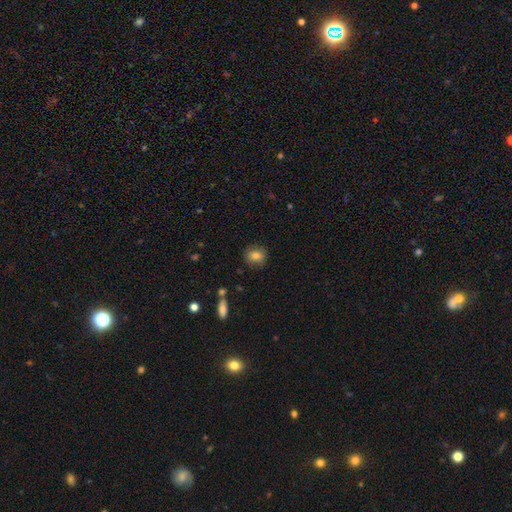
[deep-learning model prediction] Smooth or featured: smooth — 80% (featured or disk — 10%)
How rounded: round — 77% (in between — 22%)
Merging: none — 85% (minor disturbance — 11%)